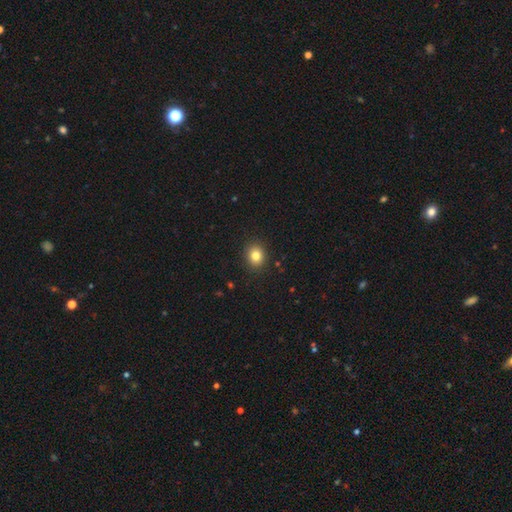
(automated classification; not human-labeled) smooth_or_featured: smooth (p=0.83) [alt: star or artifact p=0.11]
how_rounded: round (p=0.72) [alt: in between p=0.27]
merging: none (p=0.90) [alt: minor disturbance p=0.07]